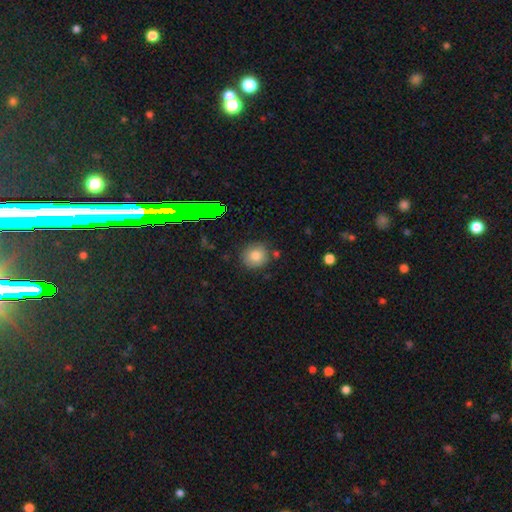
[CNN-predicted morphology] Overall: smooth (79%). How rounded: round (85%). Merging: none (81%).